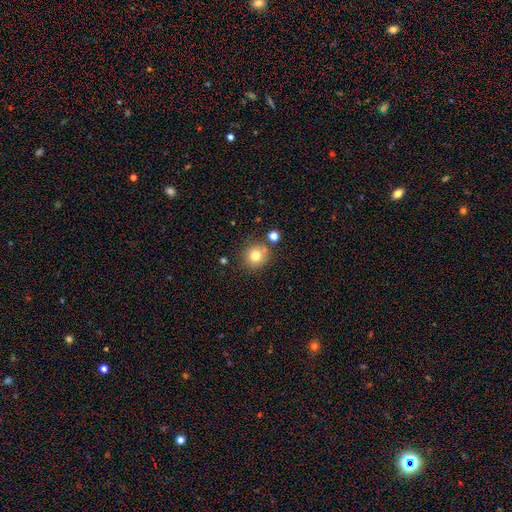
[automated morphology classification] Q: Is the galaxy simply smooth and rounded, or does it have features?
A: smooth — 78%.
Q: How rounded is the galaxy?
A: round — 86%.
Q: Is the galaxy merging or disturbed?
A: none — 77%.